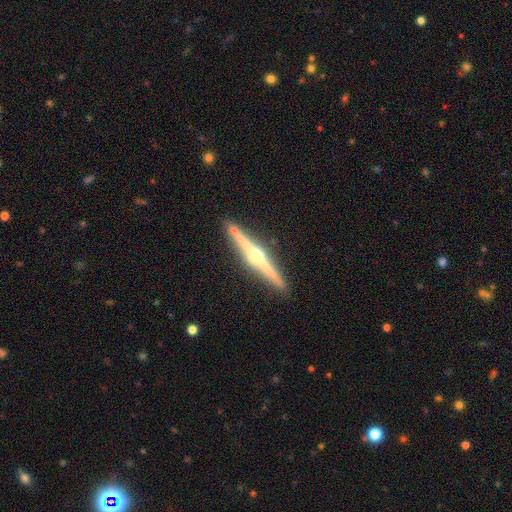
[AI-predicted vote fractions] Q: Smooth or featured?
A: featured or disk (84%); runner-up: smooth (11%)
Q: Edge-on disk?
A: yes (99%); runner-up: no (1%)
Q: Edge-on bulge?
A: rounded (95%); runner-up: boxy (2%)
Q: Merging?
A: none (90%); runner-up: minor disturbance (7%)